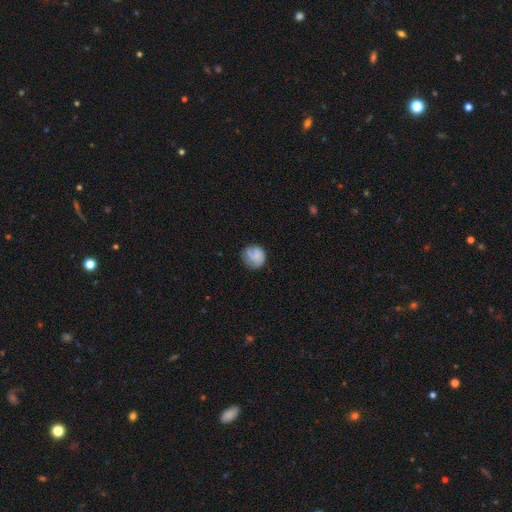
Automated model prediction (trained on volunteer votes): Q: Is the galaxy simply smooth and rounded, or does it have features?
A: smooth — 58%.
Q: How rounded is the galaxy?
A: round — 79%.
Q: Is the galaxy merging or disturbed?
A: none — 63%.